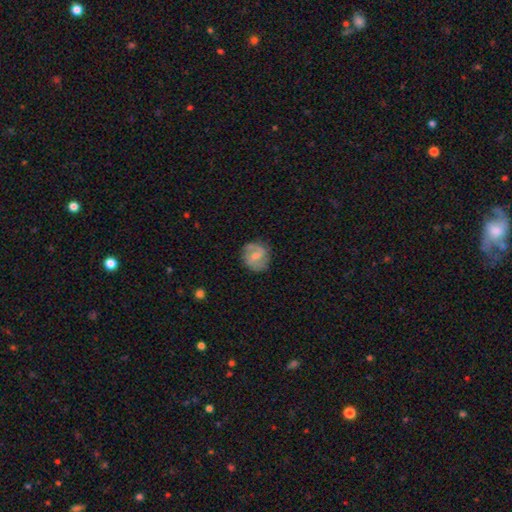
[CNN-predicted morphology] A featured or disk galaxy (66%) with a weak bar (56%), 2 (85%) medium (48%) spiral arms (89%) and a small central bulge (51%).

Vote fractions:
- Smooth or featured? featured or disk: 66% / smooth: 28% / star or artifact: 6%
- Edge-on disk? no: 98% / yes: 2%
- Bar? weak: 56% / no: 23% / strong: 21%
- Spiral arms? yes: 89% / no: 11%
- Spiral winding? medium: 48% / loose: 31% / tight: 21%
- Spiral arm count? 2: 85% / can't tell: 8% / 1: 4% / 3: 2% / 4: 1% / more than 4: 1%
- Bulge size? small: 51% / moderate: 37% / none: 9% / large: 2% / dominant: 1%
- Merging? none: 77% / minor disturbance: 16% / major disturbance: 5% / merger: 1%